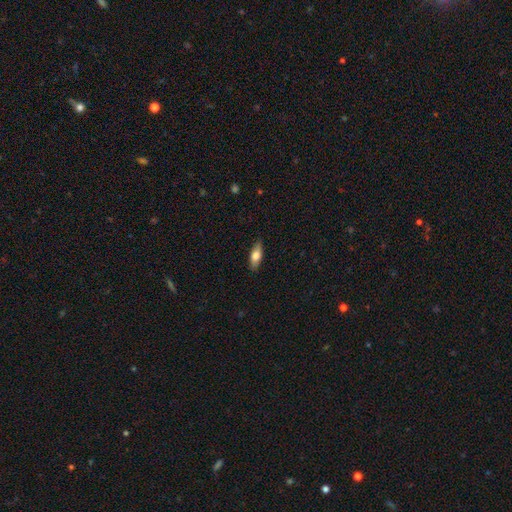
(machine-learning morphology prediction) smooth_or_featured: smooth (p=0.70) [alt: featured or disk p=0.24]
how_rounded: in between (p=0.70) [alt: cigar-shaped p=0.28]
merging: none (p=0.87) [alt: minor disturbance p=0.10]